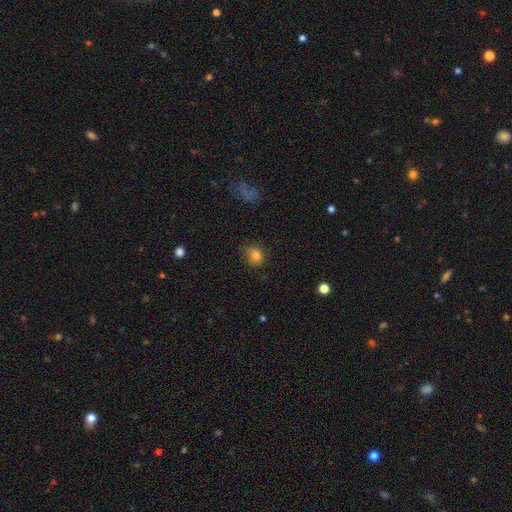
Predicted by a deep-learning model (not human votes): This is clearly a smooth galaxy (81%). How rounded: likely round (65%). Merging: likely none (72%).